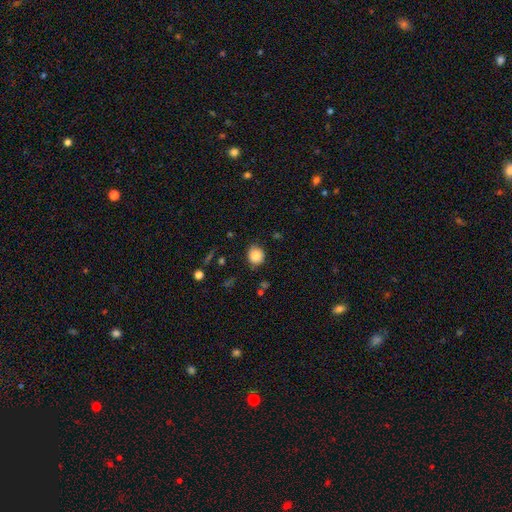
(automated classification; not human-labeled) This is clearly a smooth galaxy (85%). How rounded: likely round (78%). Merging: clearly none (80%).